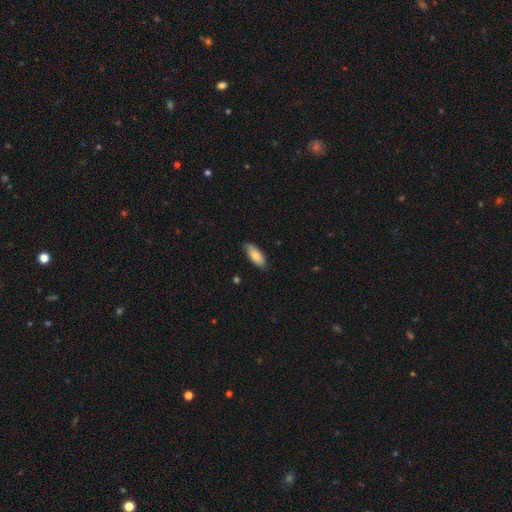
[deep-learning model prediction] This appears to be a smooth galaxy with no disk features (82%) that is in between round and cigar-shaped (81%). Merging: none (79%).